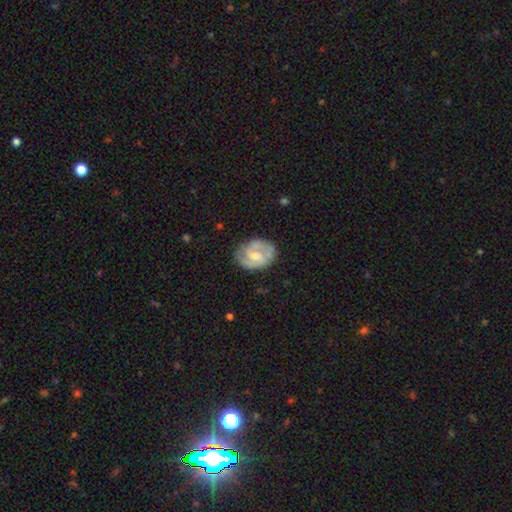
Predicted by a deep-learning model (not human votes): smooth_or_featured: featured or disk (p=0.77) [alt: smooth p=0.18]
disk_edge_on: no (p=0.97) [alt: yes p=0.03]
bar: weak (p=0.50) [alt: no p=0.37]
has_spiral_arms: yes (p=0.88) [alt: no p=0.12]
spiral_winding: medium (p=0.48) [alt: tight p=0.36]
spiral_arm_count: 2 (p=0.73) [alt: can't tell p=0.14]
bulge_size: moderate (p=0.49) [alt: small p=0.38]
merging: none (p=0.70) [alt: minor disturbance p=0.20]